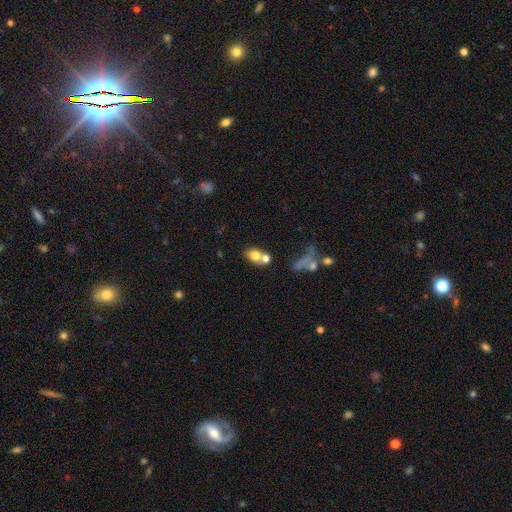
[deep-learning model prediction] Q: Smooth or featured?
A: smooth (70%); runner-up: featured or disk (19%)
Q: How rounded?
A: in between (64%); runner-up: round (33%)
Q: Merging?
A: merger (46%); runner-up: none (37%)